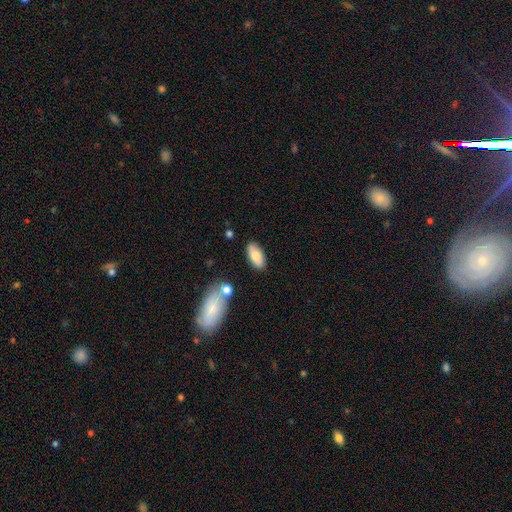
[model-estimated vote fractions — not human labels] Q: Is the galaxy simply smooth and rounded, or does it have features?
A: smooth — 75%.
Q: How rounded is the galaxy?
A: in between — 89%.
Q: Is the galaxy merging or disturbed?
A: none — 82%.